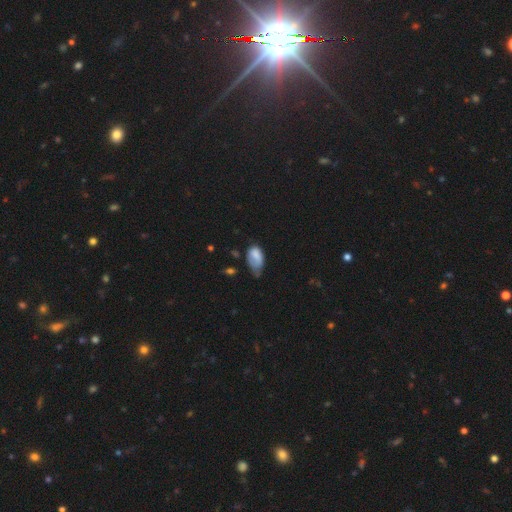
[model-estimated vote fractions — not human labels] Smooth or featured: smooth — 73% (featured or disk — 18%)
How rounded: in between — 91% (round — 7%)
Merging: minor disturbance — 42% (major disturbance — 28%)